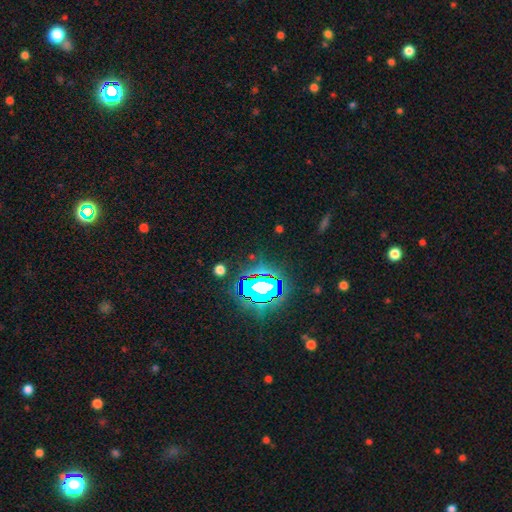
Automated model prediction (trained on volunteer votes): The model was most divided on "smooth or featured": star or artifact: 82%, smooth: 11%, featured or disk: 7%.